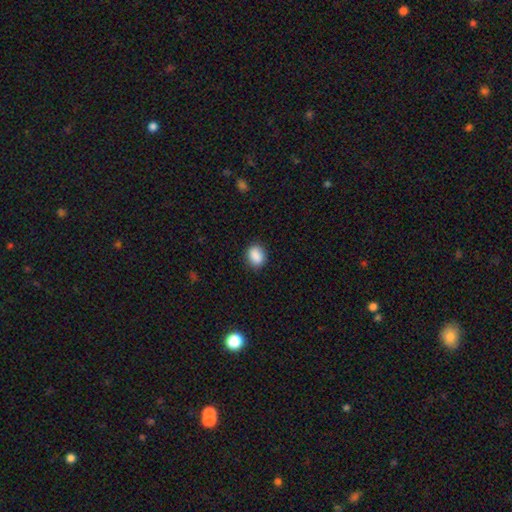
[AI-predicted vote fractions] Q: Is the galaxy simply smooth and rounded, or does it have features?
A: smooth — 88%.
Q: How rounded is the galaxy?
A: in between — 56%.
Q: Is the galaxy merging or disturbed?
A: none — 85%.